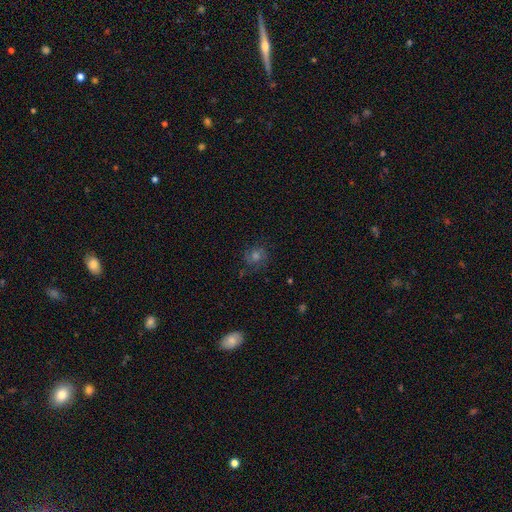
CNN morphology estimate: smooth_or_featured: featured or disk (p=0.48) [alt: smooth p=0.29]
merging: none (p=0.79) [alt: minor disturbance p=0.13]